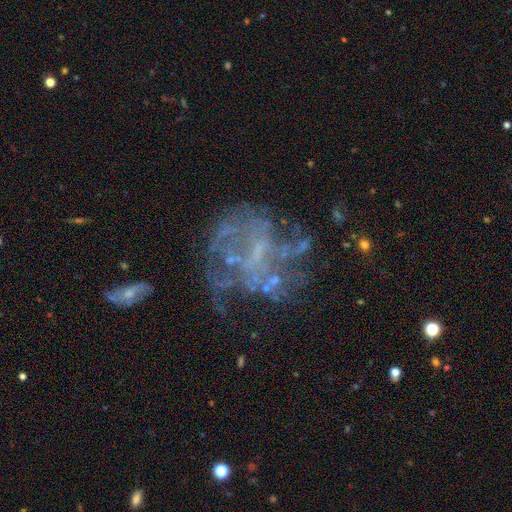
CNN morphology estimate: This is likely a featured or disk galaxy (68%). It is clearly not viewed edge-on (98%). Bar: likely no (69%). Spiral arm pattern: likely no (62%). Central bulge: possibly none (59%). Merging: possibly none (46%).